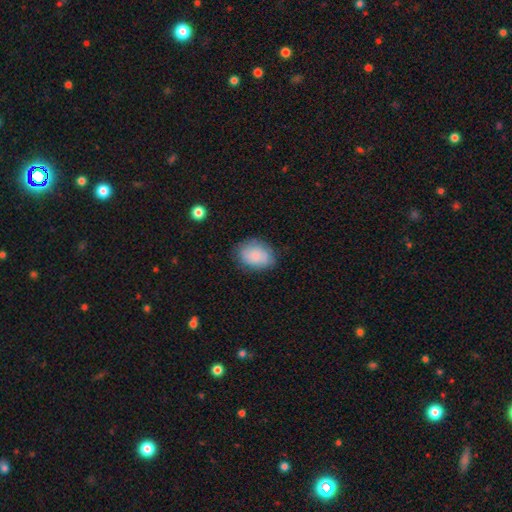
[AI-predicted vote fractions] Smooth or featured: smooth — 82% (featured or disk — 10%)
How rounded: in between — 79% (round — 20%)
Merging: none — 78% (minor disturbance — 16%)